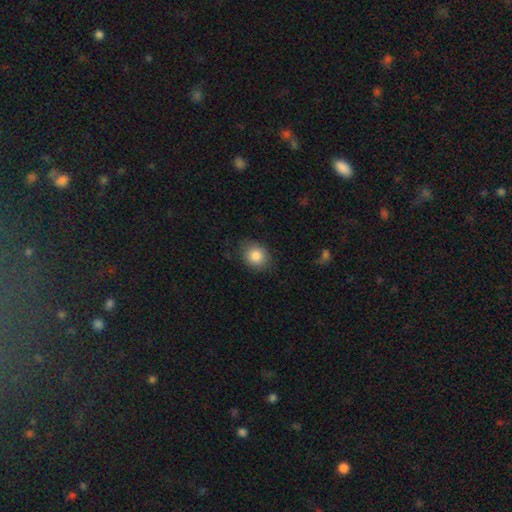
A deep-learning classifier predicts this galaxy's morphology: A smooth galaxy with no disk features (85%) that is round (51%).

Vote fractions:
- Smooth or featured? smooth: 85% / star or artifact: 8% / featured or disk: 7%
- How rounded? round: 51% / in between: 48% / cigar-shaped: 1%
- Merging? none: 80% / minor disturbance: 16% / major disturbance: 4% / merger: 1%